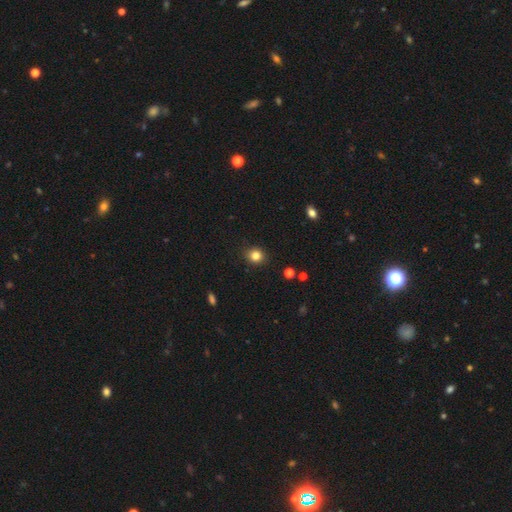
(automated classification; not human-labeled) smooth_or_featured: smooth (p=0.83) [alt: star or artifact p=0.12]
how_rounded: round (p=0.79) [alt: in between p=0.20]
merging: none (p=0.90) [alt: minor disturbance p=0.07]